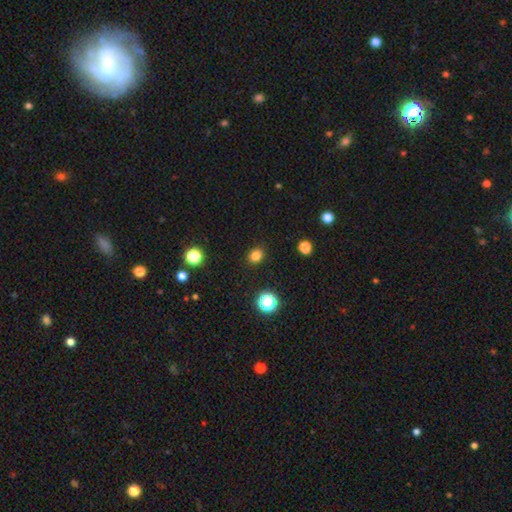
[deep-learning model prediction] This is clearly a smooth galaxy (81%). How rounded: likely round (65%). Merging: clearly none (90%).